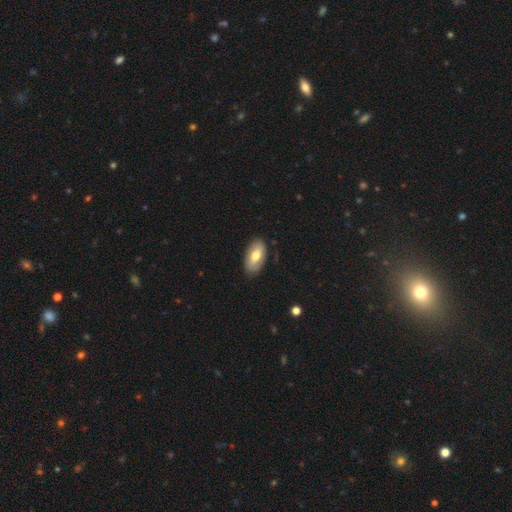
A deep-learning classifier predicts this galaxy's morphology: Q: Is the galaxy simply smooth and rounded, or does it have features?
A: smooth — 66%.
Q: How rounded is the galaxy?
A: in between — 93%.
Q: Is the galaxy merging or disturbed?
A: none — 85%.